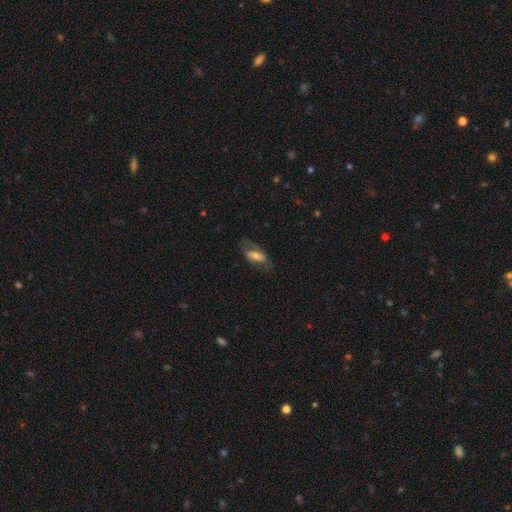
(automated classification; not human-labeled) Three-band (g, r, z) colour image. It shows a featured or disk galaxy (53%). Merging: none (68%).